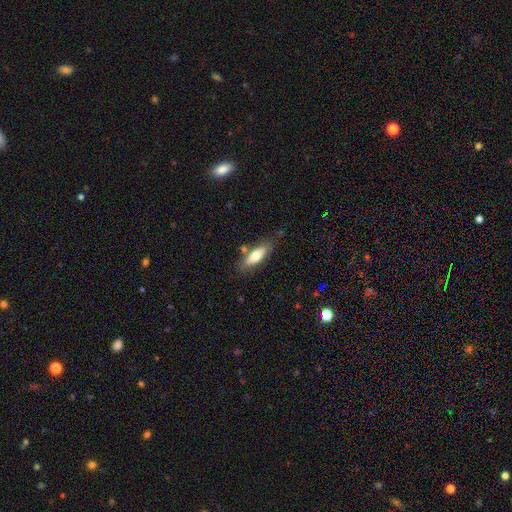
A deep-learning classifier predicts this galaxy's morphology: Smooth or featured?
  - smooth: 68% *
  - featured or disk: 26%
  - star or artifact: 6%
How rounded?
  - in between: 65% *
  - cigar-shaped: 32%
  - round: 2%
Merging?
  - none: 76% *
  - minor disturbance: 15%
  - merger: 6%
  - major disturbance: 3%